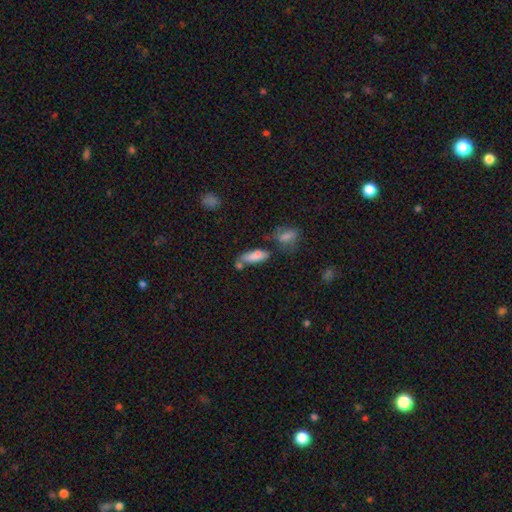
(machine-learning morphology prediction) A smooth galaxy with no disk features (79%) that is in between round and cigar-shaped (61%). Merging: none (45%).